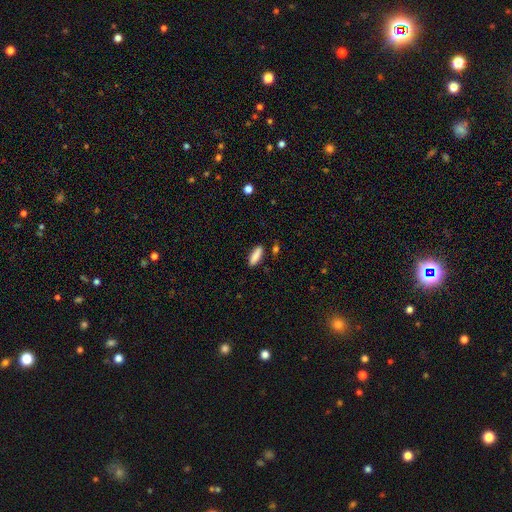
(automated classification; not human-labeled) Smooth or featured? Predicted: smooth (p=0.87). How rounded? Predicted: cigar-shaped (p=0.51). Merging? Predicted: none (p=0.86).